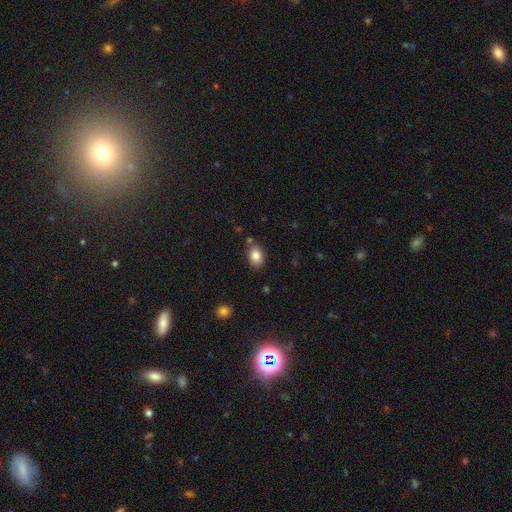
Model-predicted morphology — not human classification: type=smooth (84%); roundness=in between (74%); merging=none (79%).